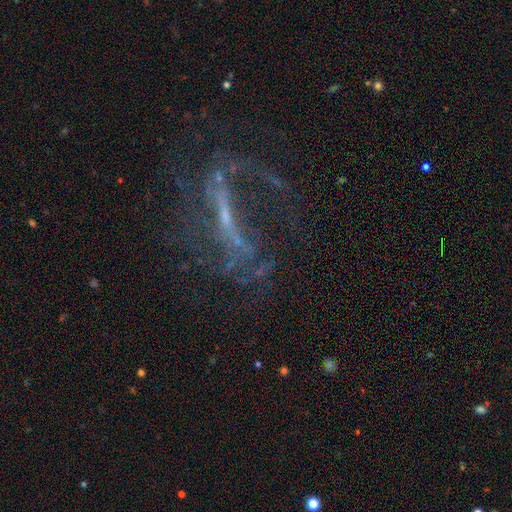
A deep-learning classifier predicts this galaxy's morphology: Smooth or featured?
  - featured or disk: 76% *
  - star or artifact: 15%
  - smooth: 9%
Edge-on disk?
  - no: 81% *
  - yes: 19%
Bar?
  - strong: 54% *
  - weak: 26%
  - no: 20%
Spiral arms?
  - yes: 67% *
  - no: 33%
Bulge size?
  - small: 54% *
  - none: 28%
  - moderate: 15%
  - large: 2%
  - dominant: 1%
Merging?
  - none: 48% *
  - major disturbance: 32%
  - minor disturbance: 16%
  - merger: 4%